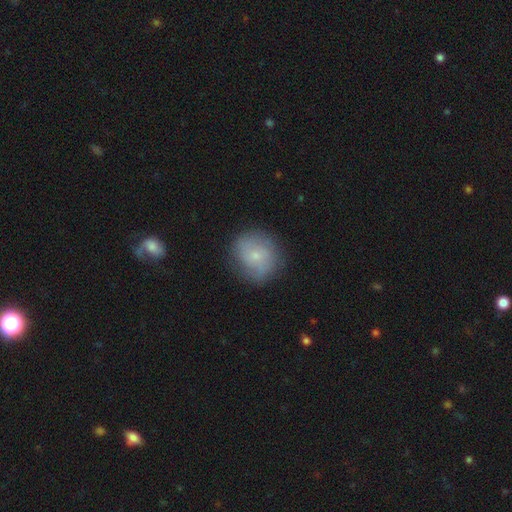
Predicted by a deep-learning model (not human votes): This appears to be a smooth galaxy with no disk features (52%) that is round (83%). Merging: none (76%).